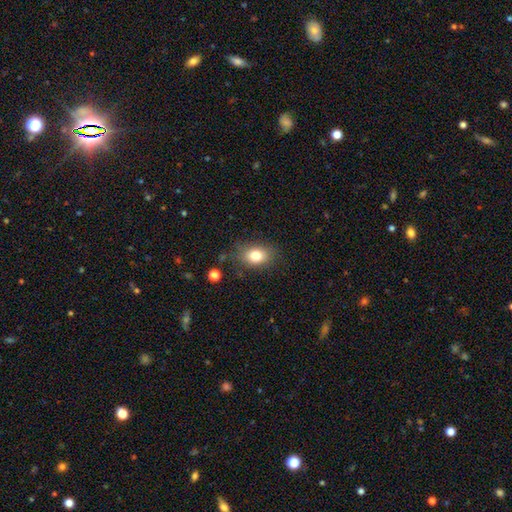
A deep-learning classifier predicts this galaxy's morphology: The model was most divided on "how rounded": in between: 72%, round: 26%, cigar-shaped: 1%. More confident: smooth or featured — smooth (80%); merging — none (78%).